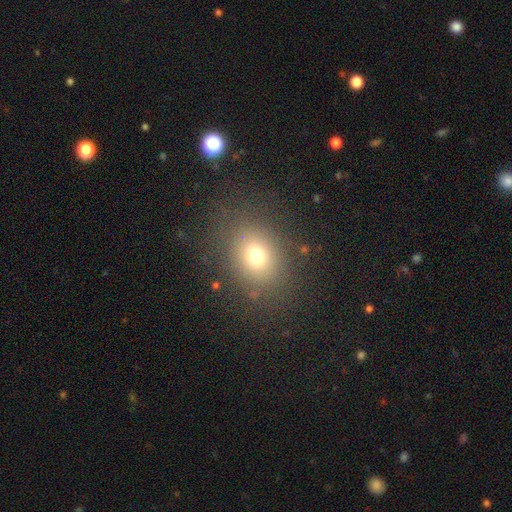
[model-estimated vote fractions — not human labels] The model was most divided on "how rounded": round: 54%, in between: 45%, cigar-shaped: 1%. More confident: merging — none (81%); smooth or featured — smooth (72%).